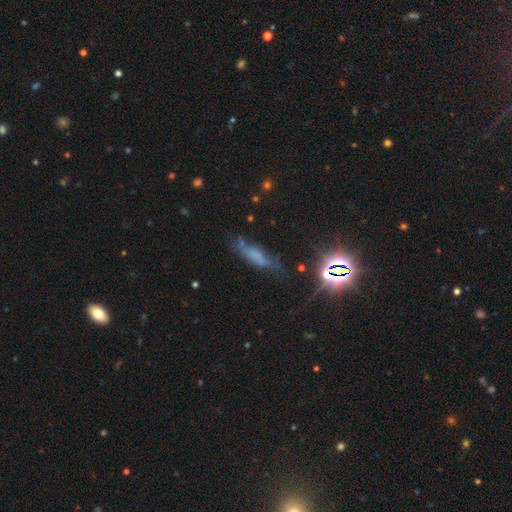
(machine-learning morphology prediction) A smooth galaxy with no disk features (40%). Merging: none (52%).